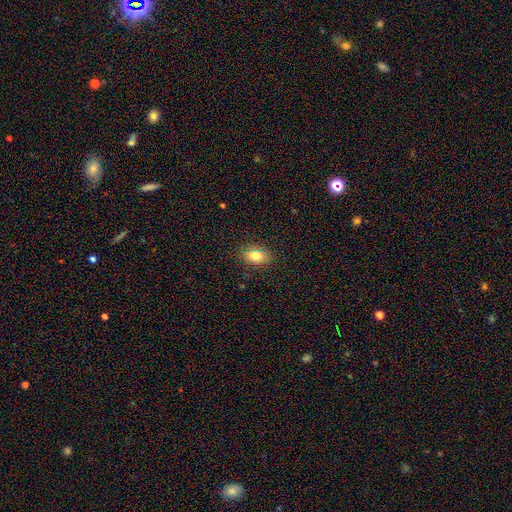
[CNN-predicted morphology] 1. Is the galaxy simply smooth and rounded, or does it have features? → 80% smooth, 11% star or artifact, 10% featured or disk.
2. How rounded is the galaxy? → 75% in between, 23% round, 2% cigar-shaped.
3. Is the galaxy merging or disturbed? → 86% none, 10% minor disturbance, 3% major disturbance, 1% merger.